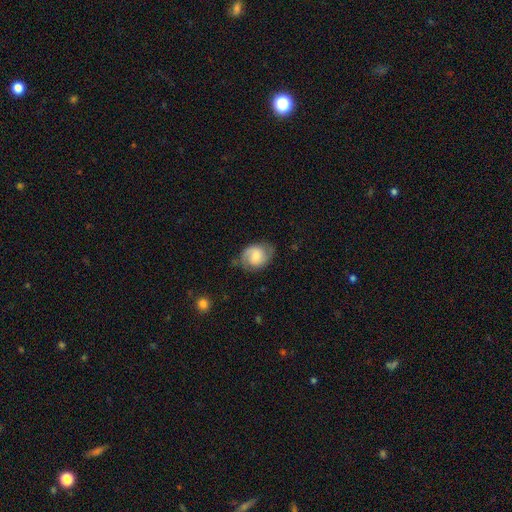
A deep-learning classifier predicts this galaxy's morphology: Smooth or featured?
  - featured or disk: 62% *
  - smooth: 31%
  - star or artifact: 7%
Edge-on disk?
  - no: 97% *
  - yes: 3%
Bar?
  - no: 49% *
  - weak: 43%
  - strong: 8%
Spiral arms?
  - yes: 92% *
  - no: 8%
Spiral winding?
  - medium: 48% *
  - tight: 34%
  - loose: 19%
Spiral arm count?
  - 2: 82% *
  - can't tell: 8%
  - 1: 6%
  - 3: 2%
  - 4: 1%
  - more than 4: 1%
Bulge size?
  - moderate: 47% *
  - small: 35%
  - large: 9%
  - none: 7%
  - dominant: 2%
Merging?
  - none: 71% *
  - minor disturbance: 21%
  - major disturbance: 7%
  - merger: 1%